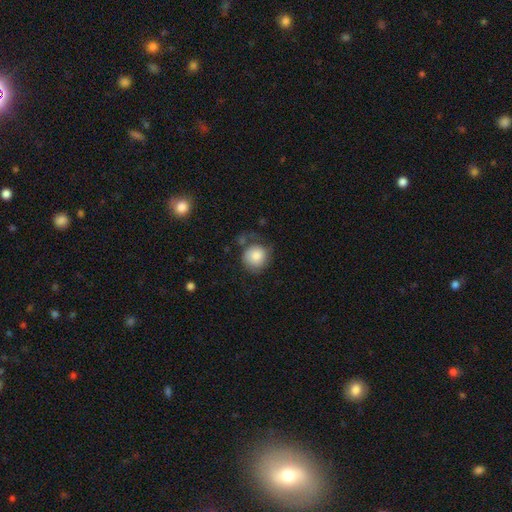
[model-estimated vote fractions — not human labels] A smooth galaxy with no disk features (84%) that is round (89%).

Vote fractions:
- Smooth or featured? smooth: 84% / featured or disk: 10% / star or artifact: 7%
- How rounded? round: 89% / in between: 11% / cigar-shaped: 1%
- Merging? none: 55% / minor disturbance: 24% / major disturbance: 15% / merger: 6%